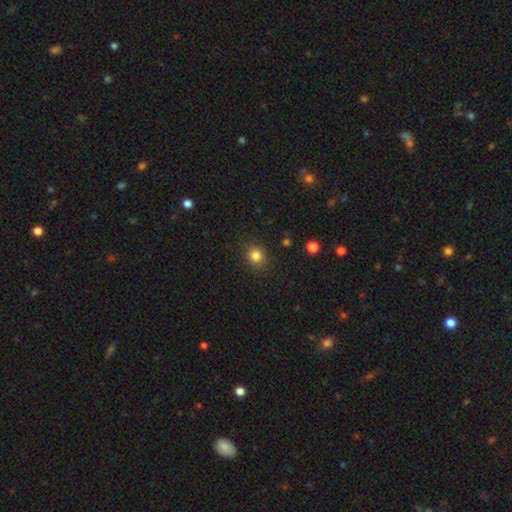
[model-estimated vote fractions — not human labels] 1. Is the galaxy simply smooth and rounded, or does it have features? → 82% smooth, 12% star or artifact, 5% featured or disk.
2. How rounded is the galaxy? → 82% round, 17% in between, 1% cigar-shaped.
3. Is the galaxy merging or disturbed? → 89% none, 8% minor disturbance, 2% major disturbance, 1% merger.